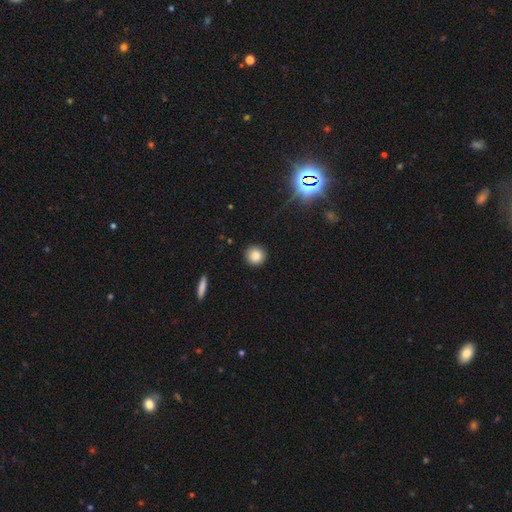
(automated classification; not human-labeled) smooth_or_featured: smooth (p=0.84) [alt: star or artifact p=0.11]
how_rounded: round (p=0.94) [alt: in between p=0.05]
merging: none (p=0.92) [alt: minor disturbance p=0.05]